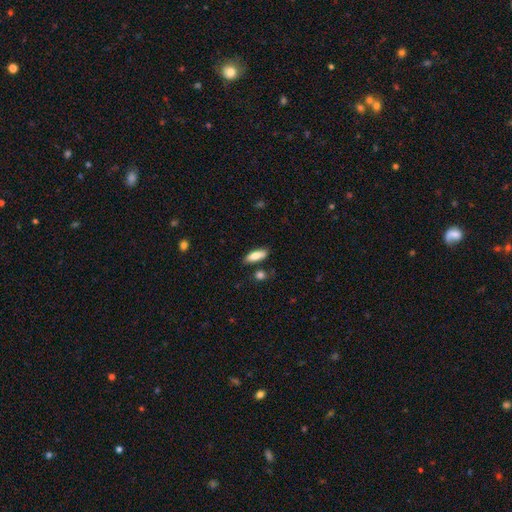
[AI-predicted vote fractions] Smooth or featured? smooth (79%)
How rounded? in between (65%)
Merging? none (79%)